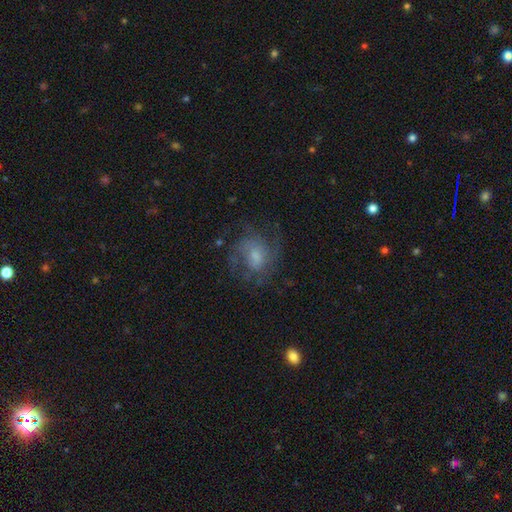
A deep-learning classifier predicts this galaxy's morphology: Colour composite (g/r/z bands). It shows a featured or disk galaxy (64%) with no bar (58%), medium (46%) spiral arms (83%) and a moderate central bulge (41%). Merging: none (63%).